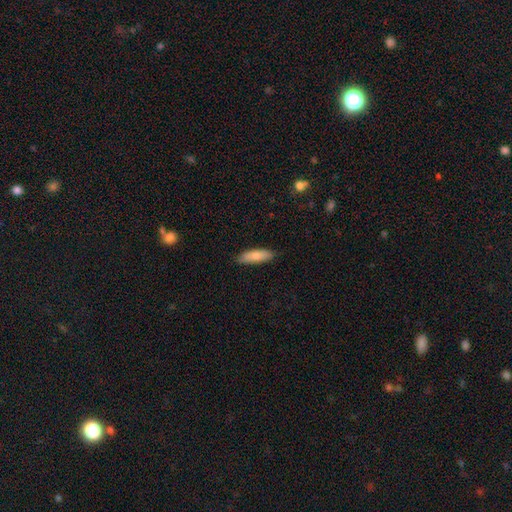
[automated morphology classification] This is clearly a smooth galaxy (84%). How rounded: possibly cigar-shaped (57%). Merging: clearly none (86%).